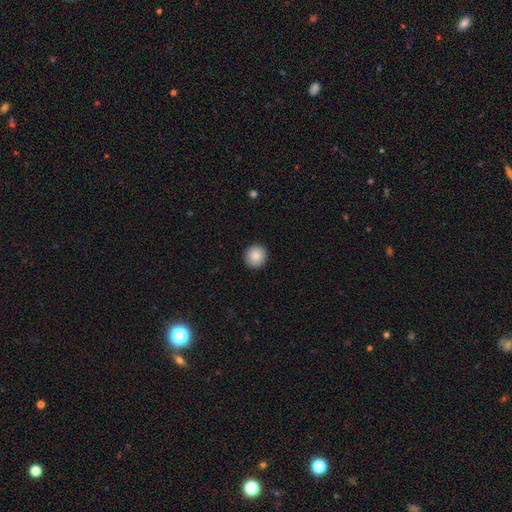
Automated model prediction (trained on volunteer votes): This appears to be a smooth galaxy with no disk features (88%) that is round (91%). Merging: none (92%).